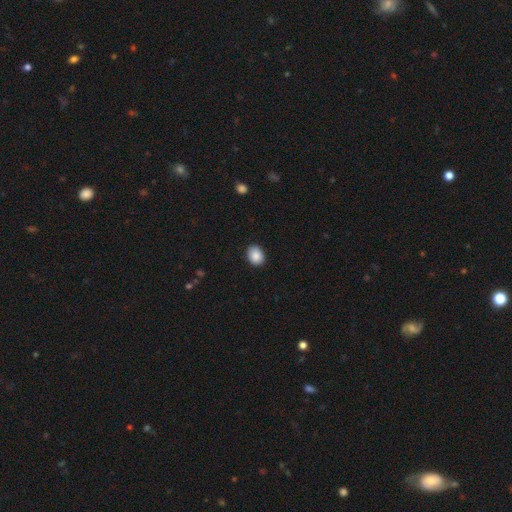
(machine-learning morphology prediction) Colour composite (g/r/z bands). It shows a smooth galaxy with no disk features (88%) that is in between round and cigar-shaped (60%). Merging: none (87%).